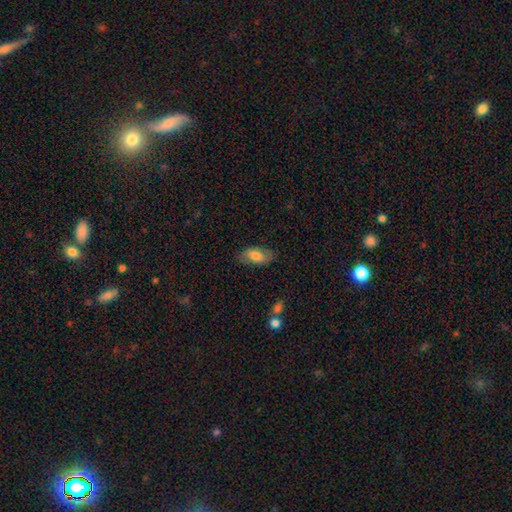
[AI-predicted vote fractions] Smooth or featured? Predicted: smooth (p=0.72). How rounded? Predicted: in between (p=0.92). Merging? Predicted: none (p=0.79).